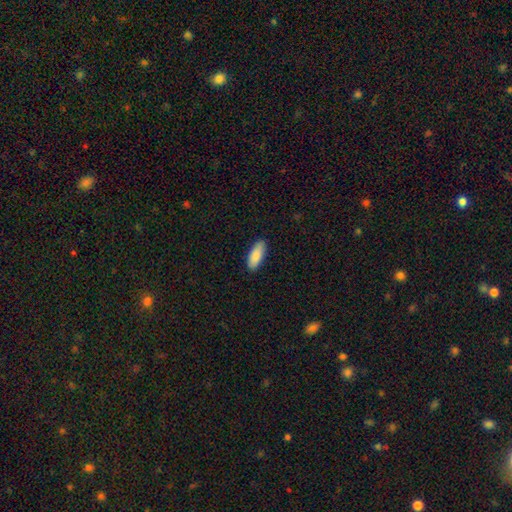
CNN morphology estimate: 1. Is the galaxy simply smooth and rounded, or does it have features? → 89% smooth, 6% featured or disk, 6% star or artifact.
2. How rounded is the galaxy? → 79% in between, 19% cigar-shaped, 2% round.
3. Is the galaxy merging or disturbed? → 88% none, 9% minor disturbance, 2% major disturbance, 1% merger.